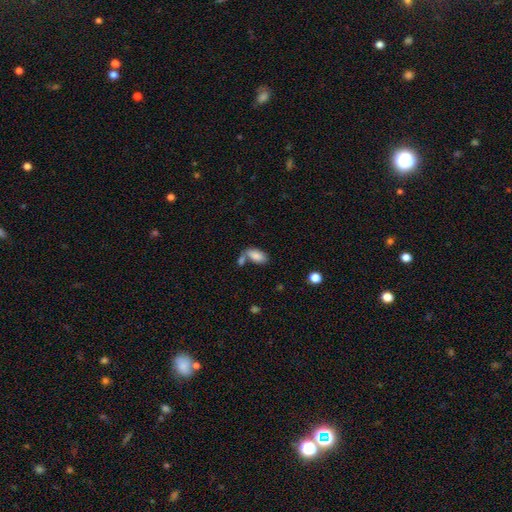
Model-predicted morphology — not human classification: Smooth or featured? smooth (85%)
How rounded? in between (92%)
Merging? none (46%)